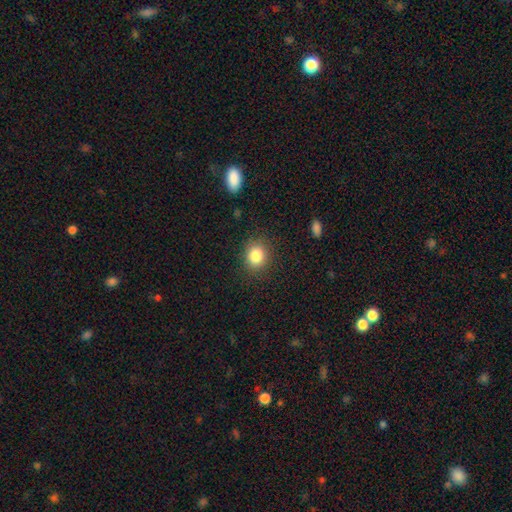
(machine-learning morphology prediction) A smooth galaxy with no disk features (84%) that is round (68%). Merging: none (86%).